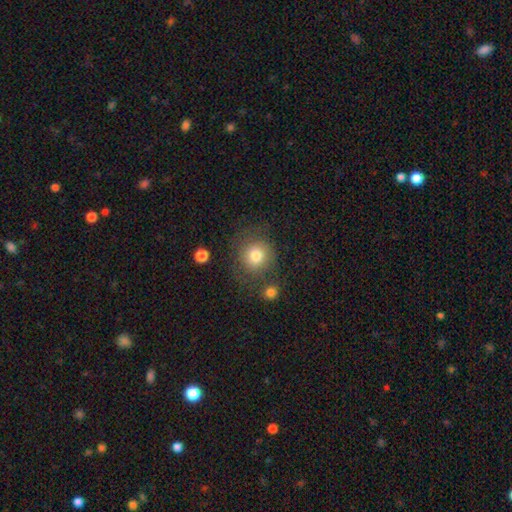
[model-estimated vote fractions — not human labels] smooth_or_featured: smooth (p=0.78) [alt: featured or disk p=0.12]
how_rounded: round (p=0.88) [alt: in between p=0.11]
merging: none (p=0.68) [alt: minor disturbance p=0.15]